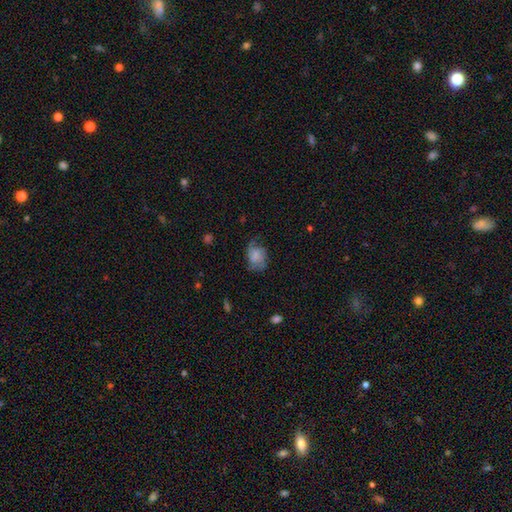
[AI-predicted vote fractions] Smooth or featured? Predicted: smooth (p=0.57). How rounded? Predicted: in between (p=0.63). Merging? Predicted: none (p=0.49).